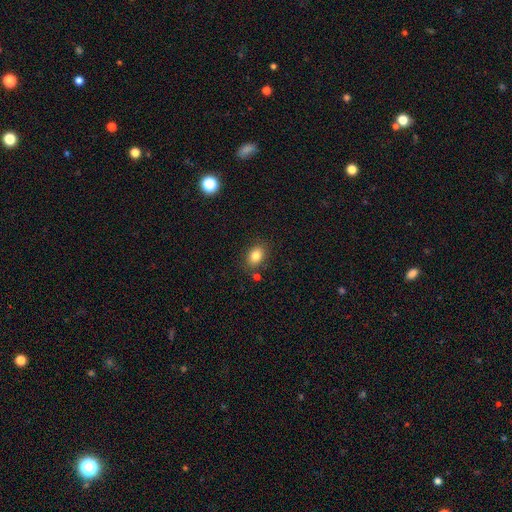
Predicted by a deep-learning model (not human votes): This is clearly a smooth galaxy (84%). How rounded: likely in between (74%). Merging: clearly none (80%).